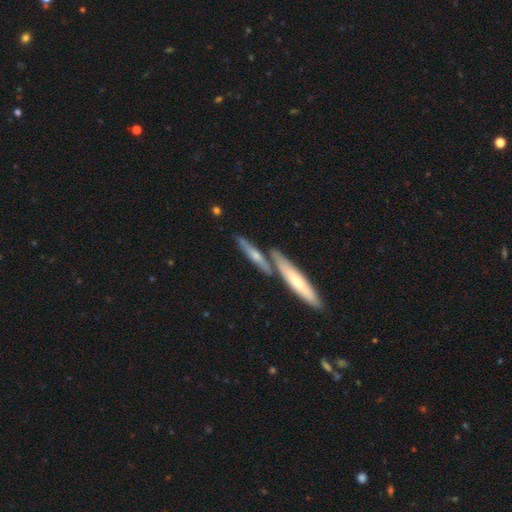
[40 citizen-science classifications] smooth_or_featured: featured or disk (p=0.55) [alt: smooth p=0.40]
disk_edge_on: yes (p=0.95) [alt: no p=0.05]
edge_on_bulge: rounded (p=0.71) [alt: none p=0.29]
merging: none (p=0.74) [alt: merger p=0.18]